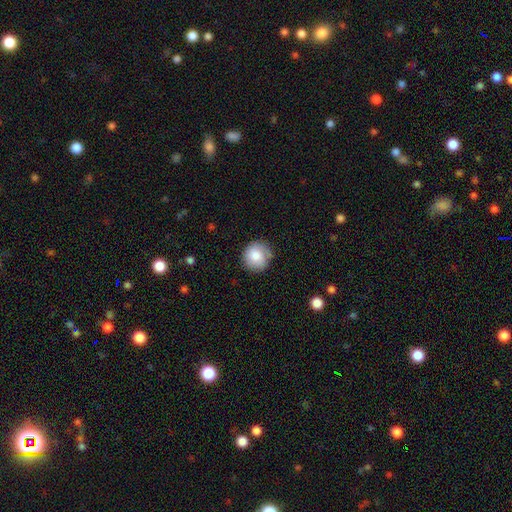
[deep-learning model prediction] smooth 82%, featured or disk 11%, star or artifact 8%. Down the decision tree: how rounded — round (91%); merging — none (78%).